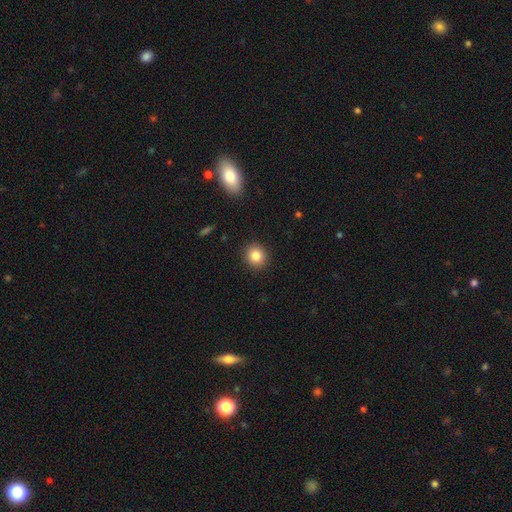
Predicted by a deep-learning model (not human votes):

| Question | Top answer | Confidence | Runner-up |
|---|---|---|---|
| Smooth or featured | smooth | 83% | star or artifact (10%) |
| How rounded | round | 86% | in between (13%) |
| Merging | none | 91% | minor disturbance (6%) |